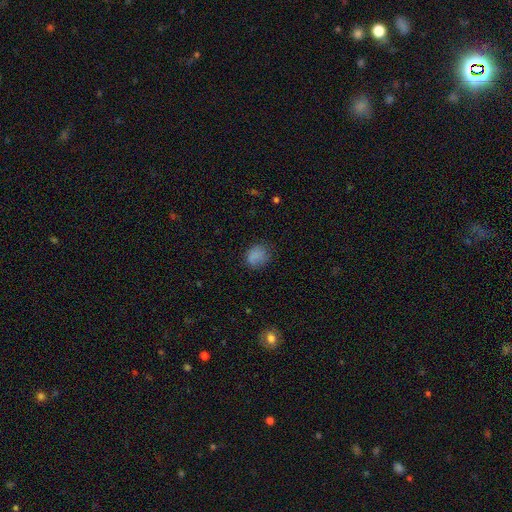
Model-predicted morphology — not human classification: smooth_or_featured: smooth (p=0.82) [alt: star or artifact p=0.11]
how_rounded: round (p=0.62) [alt: in between p=0.37]
merging: none (p=0.69) [alt: minor disturbance p=0.22]